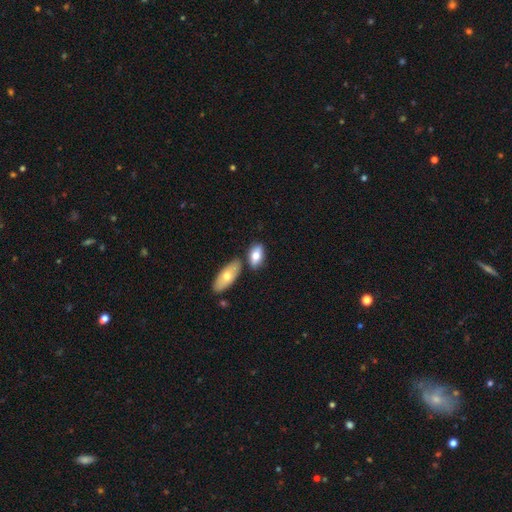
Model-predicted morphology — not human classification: This appears to be a smooth galaxy with no disk features (72%) that is in between round and cigar-shaped (88%). Merging: none (65%).